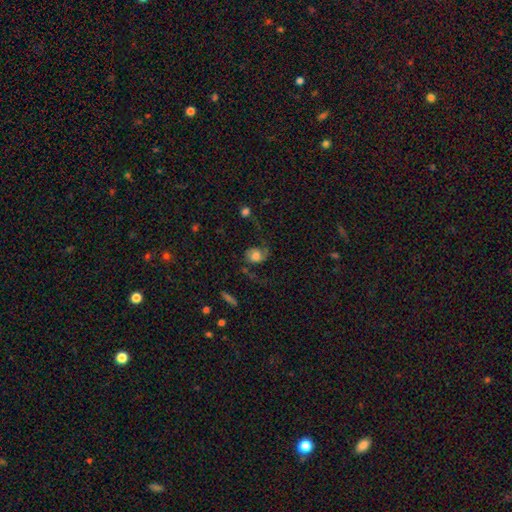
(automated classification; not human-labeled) This is possibly a featured or disk galaxy (53%). It is clearly not viewed edge-on (96%). Bar: likely no (73%). Spiral arm pattern: clearly yes (86%). Central bulge: marginally moderate (40%). Merging: possibly none (47%).